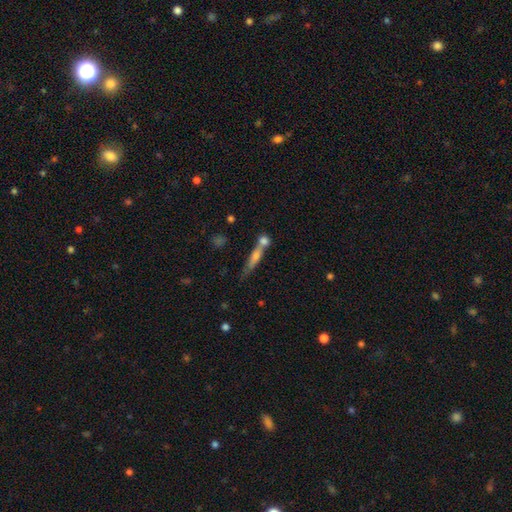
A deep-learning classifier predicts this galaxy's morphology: A smooth galaxy with no disk features (53%) that is cigar-shaped (81%). Merging: none (47%).